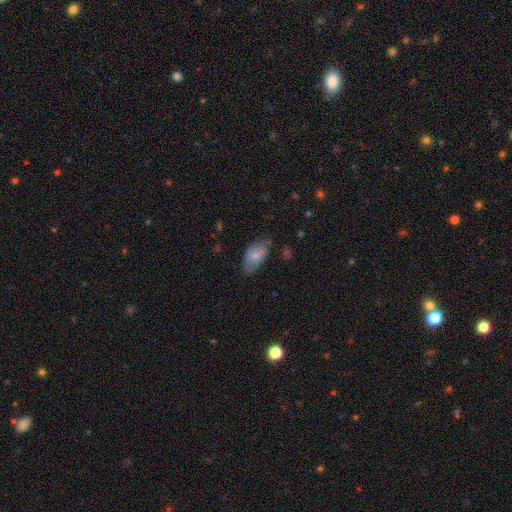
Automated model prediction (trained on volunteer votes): smooth-or-featured: smooth: 75% | featured or disk: 18% | star or artifact: 7%
  how-rounded: in between: 92% | cigar-shaped: 4% | round: 4%
  merging: none: 64% | minor disturbance: 27% | major disturbance: 7% | merger: 2%